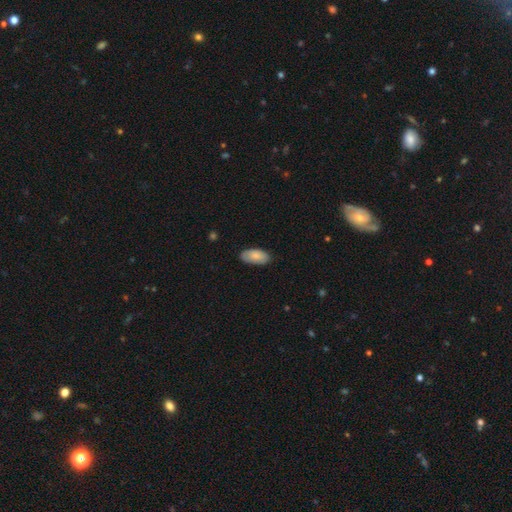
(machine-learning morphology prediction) Q: Smooth or featured?
A: smooth (82%); runner-up: featured or disk (12%)
Q: How rounded?
A: in between (94%); runner-up: cigar-shaped (4%)
Q: Merging?
A: none (82%); runner-up: minor disturbance (15%)